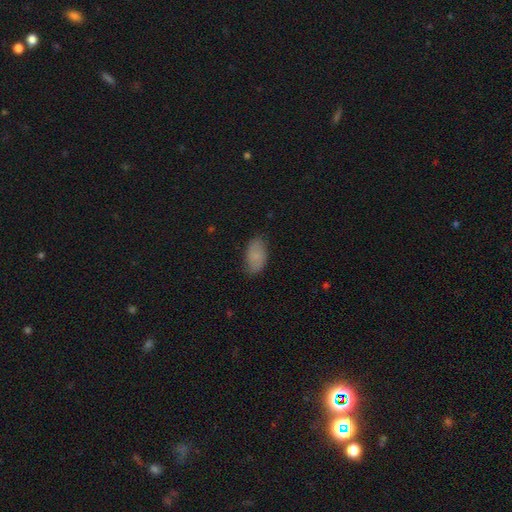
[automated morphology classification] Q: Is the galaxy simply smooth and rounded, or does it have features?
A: smooth — 79%.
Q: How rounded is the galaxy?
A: in between — 93%.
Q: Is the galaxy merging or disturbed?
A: none — 76%.